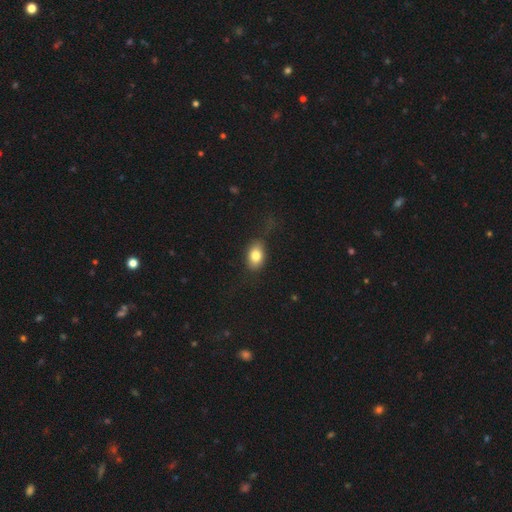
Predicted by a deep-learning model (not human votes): Smooth or featured: smooth — 81% (featured or disk — 11%)
How rounded: in between — 81% (round — 16%)
Merging: none — 67% (minor disturbance — 22%)